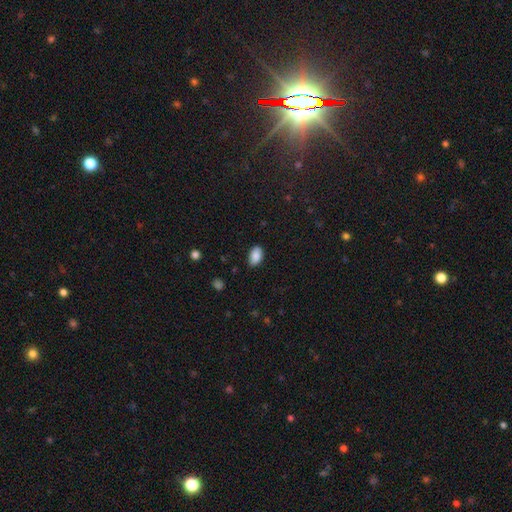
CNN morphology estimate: Smooth or featured: smooth — 87% (star or artifact — 7%)
How rounded: in between — 91% (round — 7%)
Merging: none — 83% (minor disturbance — 13%)